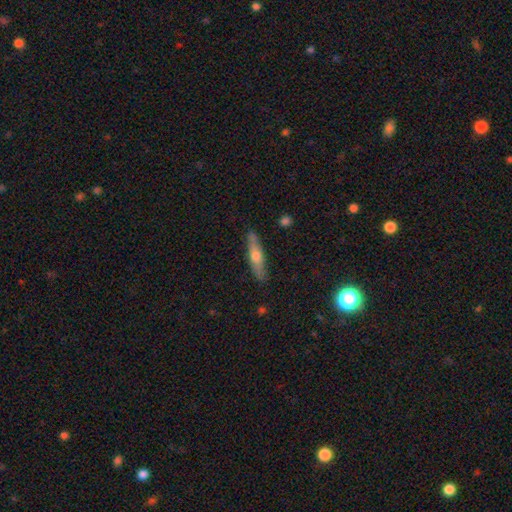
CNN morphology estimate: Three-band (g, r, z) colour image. It shows a featured or disk galaxy (54%) viewed edge-on (91%). Merging: none (87%).